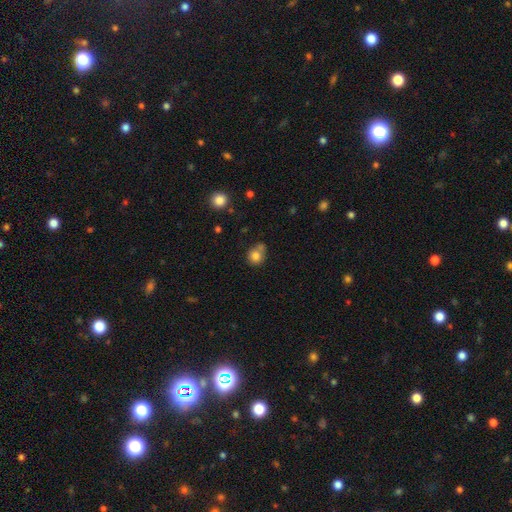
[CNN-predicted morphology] smooth_or_featured: smooth (p=0.80) [alt: star or artifact p=0.11]
how_rounded: round (p=0.78) [alt: in between p=0.21]
merging: none (p=0.52) [alt: merger p=0.25]